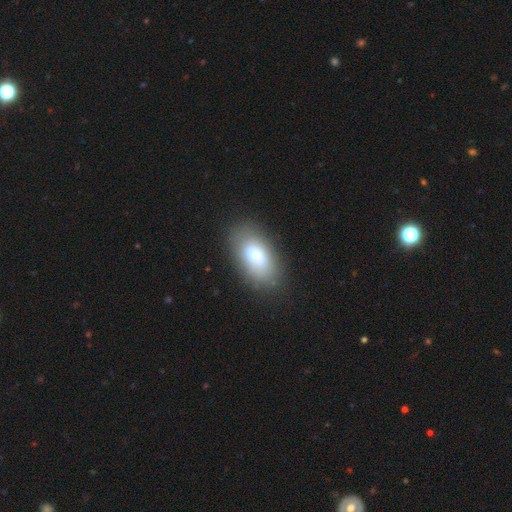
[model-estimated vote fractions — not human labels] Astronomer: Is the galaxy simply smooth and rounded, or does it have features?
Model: smooth — 75%.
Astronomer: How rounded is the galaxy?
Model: in between — 92%.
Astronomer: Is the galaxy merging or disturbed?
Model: none — 76%.